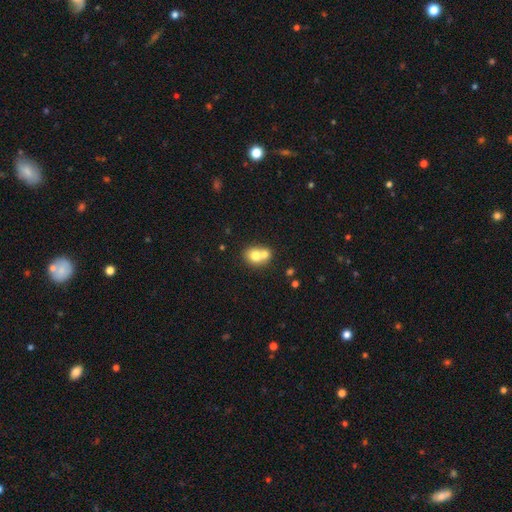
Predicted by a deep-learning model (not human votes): Smooth or featured?
  - smooth: 72% *
  - featured or disk: 19%
  - star or artifact: 10%
How rounded?
  - round: 62% *
  - in between: 37%
  - cigar-shaped: 1%
Merging?
  - merger: 62% *
  - none: 29%
  - minor disturbance: 6%
  - major disturbance: 3%